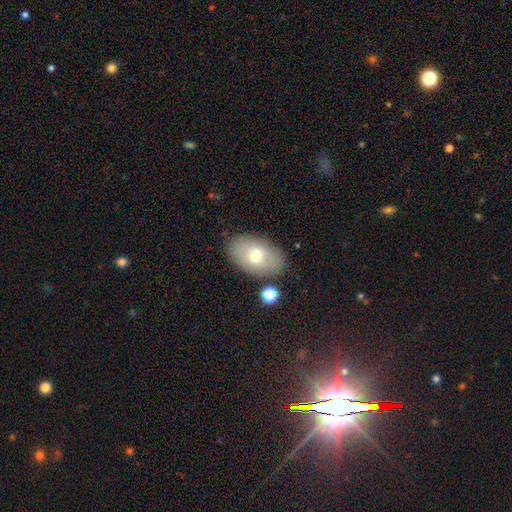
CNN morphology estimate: Smooth or featured? Predicted: smooth (p=0.67). How rounded? Predicted: in between (p=0.91). Merging? Predicted: none (p=0.81).